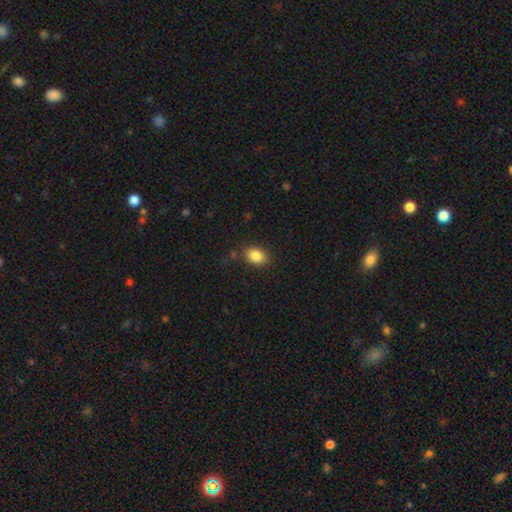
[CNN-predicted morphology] smooth 86%, star or artifact 9%, featured or disk 5%. Down the decision tree: how rounded — in between (79%); merging — none (82%).